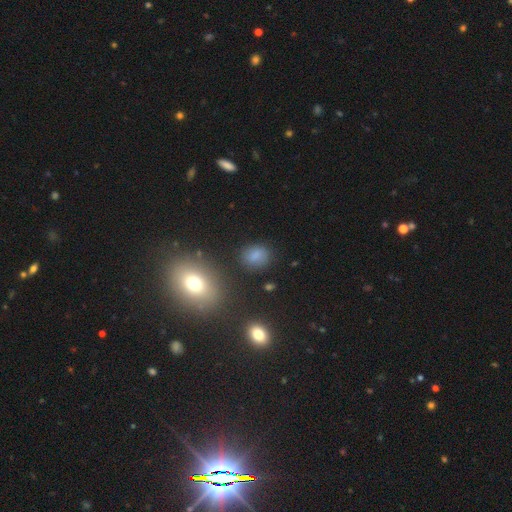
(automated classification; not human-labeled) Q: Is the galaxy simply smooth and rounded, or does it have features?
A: smooth — 78%.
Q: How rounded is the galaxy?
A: in between — 53%.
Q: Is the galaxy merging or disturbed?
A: none — 81%.